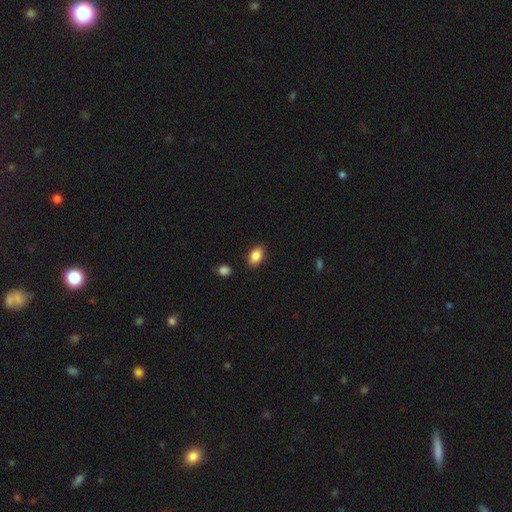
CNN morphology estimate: smooth_or_featured: smooth (p=0.87) [alt: star or artifact p=0.08]
how_rounded: in between (p=0.87) [alt: round p=0.12]
merging: none (p=0.86) [alt: minor disturbance p=0.09]